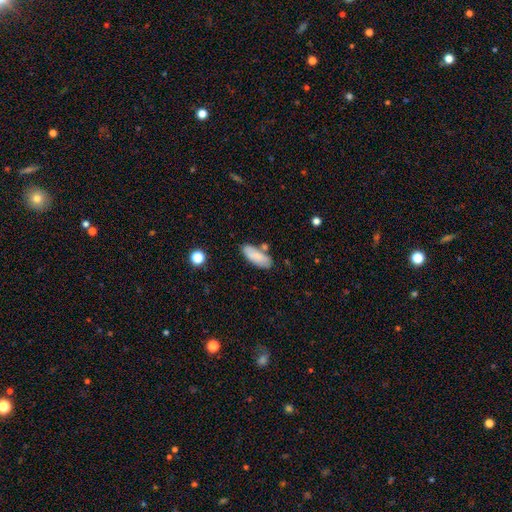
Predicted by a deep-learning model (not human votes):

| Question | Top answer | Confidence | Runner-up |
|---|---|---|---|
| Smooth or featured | smooth | 81% | featured or disk (12%) |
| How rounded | in between | 77% | cigar-shaped (21%) |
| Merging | none | 71% | minor disturbance (16%) |